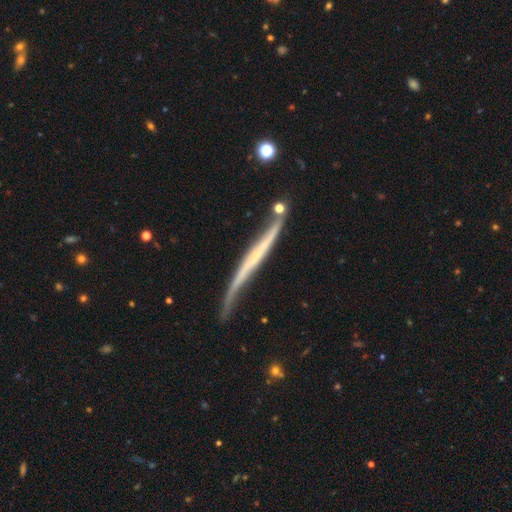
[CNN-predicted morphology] Smooth or featured? Predicted: featured or disk (p=0.72). Edge-on disk? Predicted: yes (p=0.89). Edge-on bulge? Predicted: none (p=0.74). Merging? Predicted: none (p=0.53).